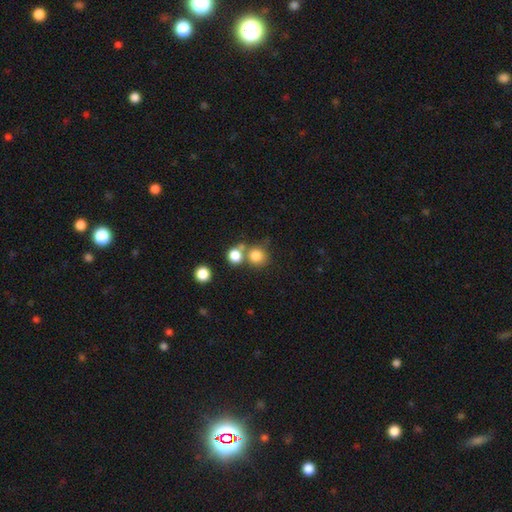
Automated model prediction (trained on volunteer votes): This appears to be a smooth galaxy with no disk features (80%) that is round (88%). Merging: none (59%).